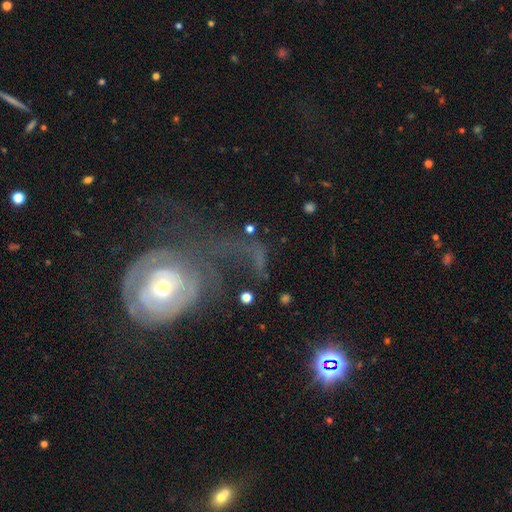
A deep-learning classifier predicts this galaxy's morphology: A featured or disk galaxy (69%) with no bar (71%), spiral arms (69%) and a moderate central bulge (47%). Merging: major disturbance (48%).